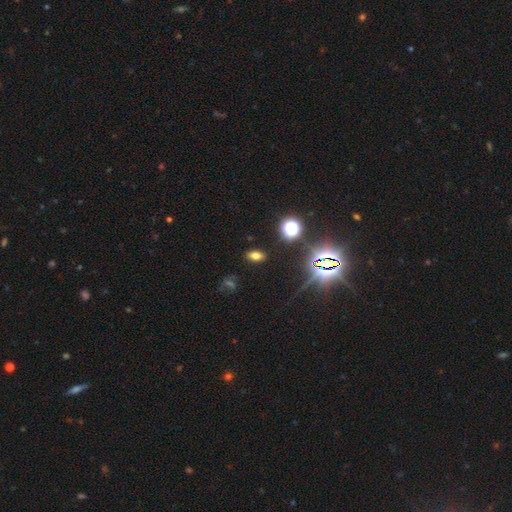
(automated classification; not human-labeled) Smooth or featured?
  - smooth: 65% *
  - star or artifact: 25%
  - featured or disk: 10%
How rounded?
  - in between: 85% *
  - round: 10%
  - cigar-shaped: 5%
Merging?
  - none: 88% *
  - minor disturbance: 8%
  - major disturbance: 2%
  - merger: 2%